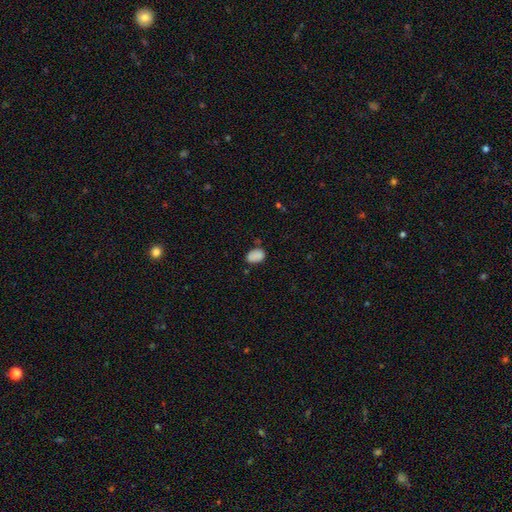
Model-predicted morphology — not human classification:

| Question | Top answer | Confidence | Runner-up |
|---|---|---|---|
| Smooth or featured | smooth | 85% | star or artifact (10%) |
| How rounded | in between | 82% | round (17%) |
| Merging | none | 63% | minor disturbance (25%) |